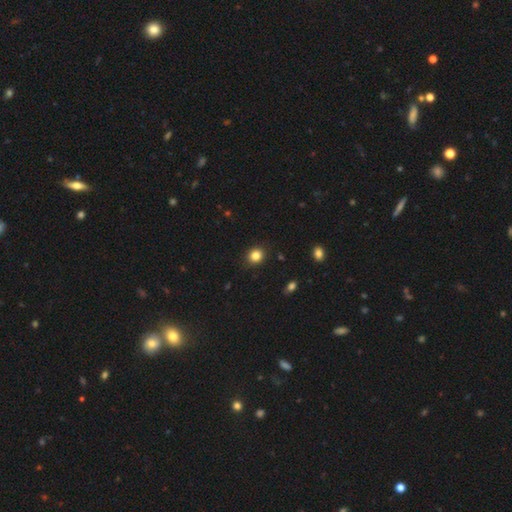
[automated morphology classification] This appears to be a smooth galaxy with no disk features (84%) that is round (78%). Merging: none (89%).